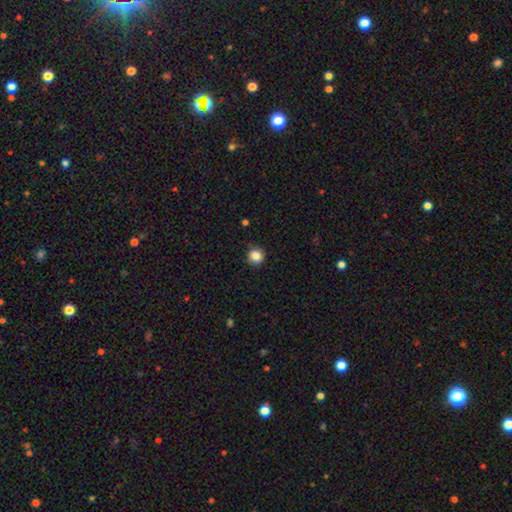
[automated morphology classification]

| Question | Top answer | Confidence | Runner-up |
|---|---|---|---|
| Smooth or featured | smooth | 85% | star or artifact (11%) |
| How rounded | round | 92% | in between (7%) |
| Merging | none | 89% | minor disturbance (8%) |